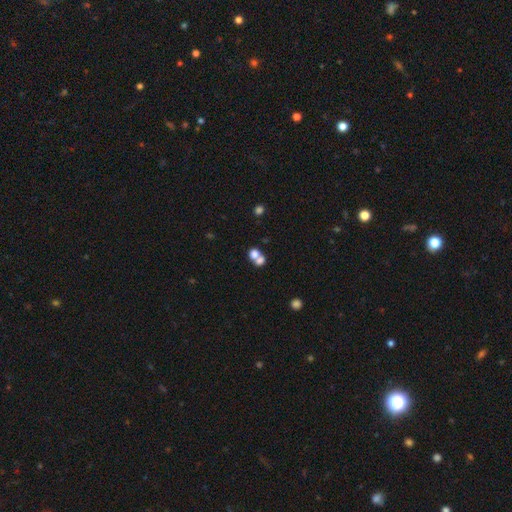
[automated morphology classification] A smooth galaxy with no disk features (71%) that is round (67%). Merging: merger (54%).